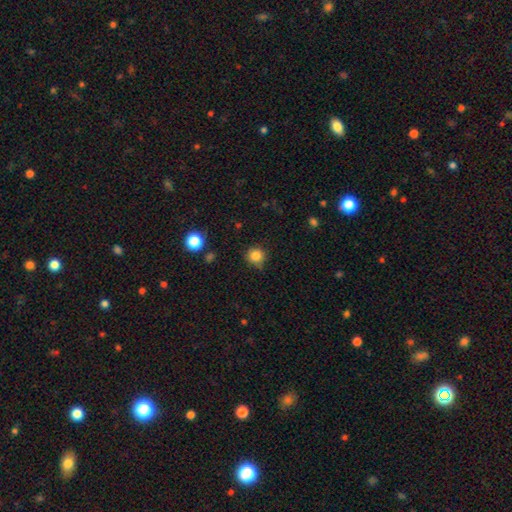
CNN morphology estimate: Overall: smooth (83%). How rounded: round (92%). Merging: none (78%).